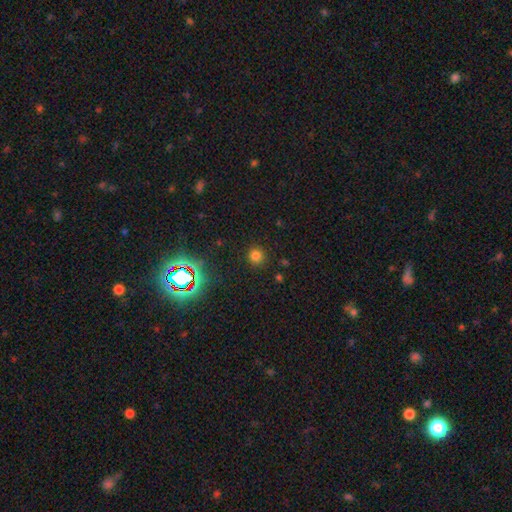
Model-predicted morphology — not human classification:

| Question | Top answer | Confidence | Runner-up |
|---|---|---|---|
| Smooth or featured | smooth | 76% | star or artifact (20%) |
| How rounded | round | 92% | in between (7%) |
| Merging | none | 89% | minor disturbance (7%) |